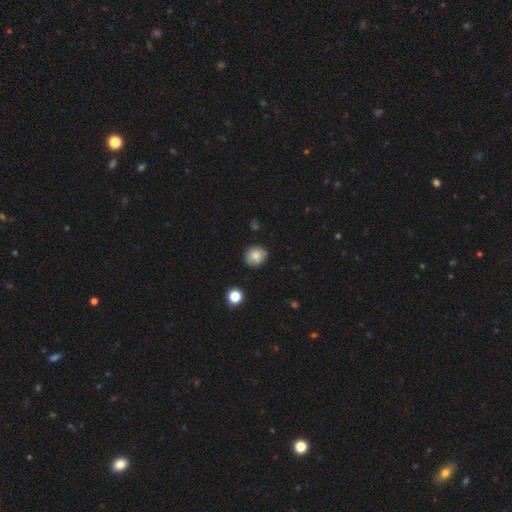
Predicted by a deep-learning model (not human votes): Smooth or featured? smooth (83%)
How rounded? round (81%)
Merging? none (85%)